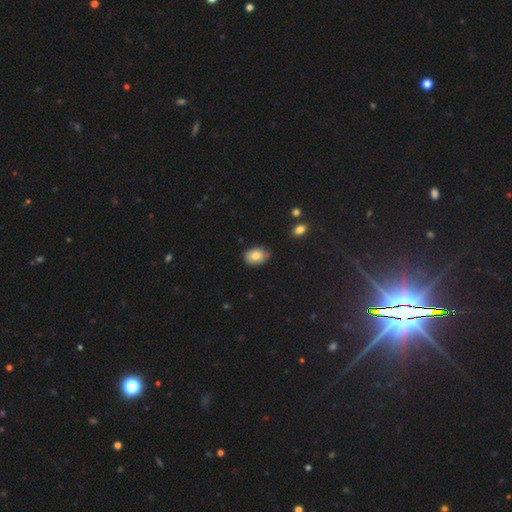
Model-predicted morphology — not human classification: smooth_or_featured: smooth (p=0.80) [alt: featured or disk p=0.11]
how_rounded: in between (p=0.69) [alt: round p=0.30]
merging: none (p=0.76) [alt: minor disturbance p=0.19]